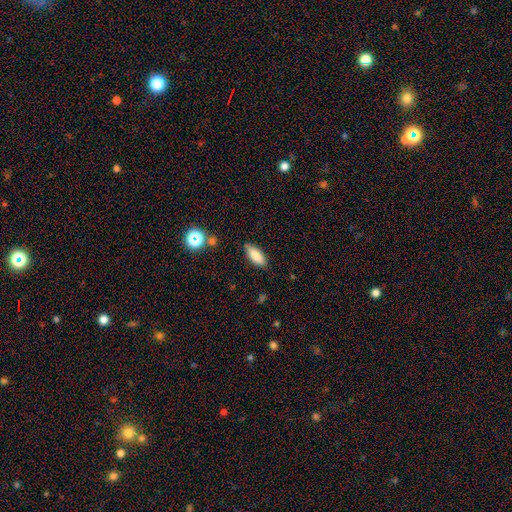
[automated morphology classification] Smooth or featured? Predicted: smooth (p=0.82). How rounded? Predicted: in between (p=0.78). Merging? Predicted: none (p=0.85).